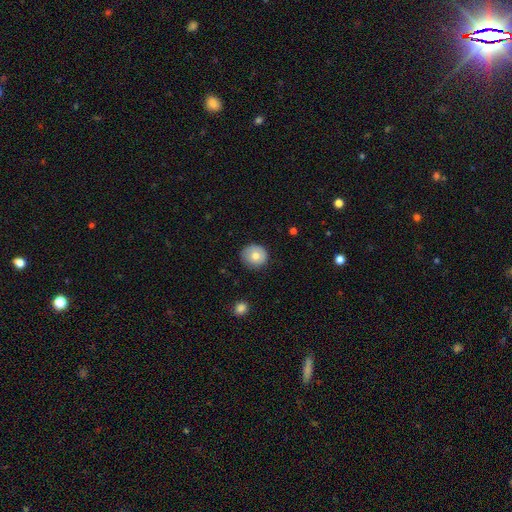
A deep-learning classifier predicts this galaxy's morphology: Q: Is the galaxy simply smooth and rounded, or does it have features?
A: smooth — 74%.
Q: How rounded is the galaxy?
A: round — 90%.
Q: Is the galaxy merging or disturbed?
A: none — 84%.